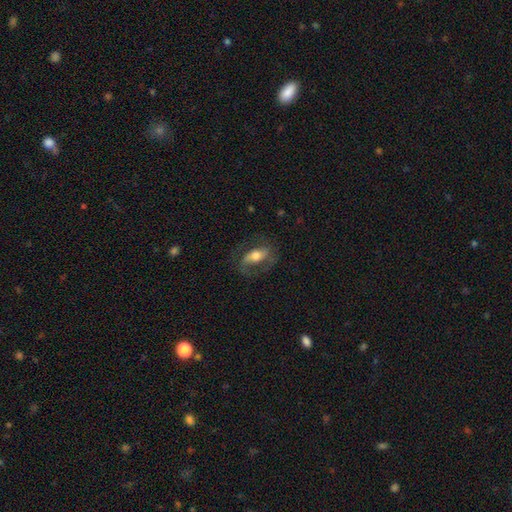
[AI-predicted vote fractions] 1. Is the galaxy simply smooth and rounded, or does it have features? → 52% featured or disk, 41% smooth, 7% star or artifact.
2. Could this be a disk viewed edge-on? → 84% no, 16% yes.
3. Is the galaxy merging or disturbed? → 66% none, 18% minor disturbance, 15% major disturbance, 1% merger.